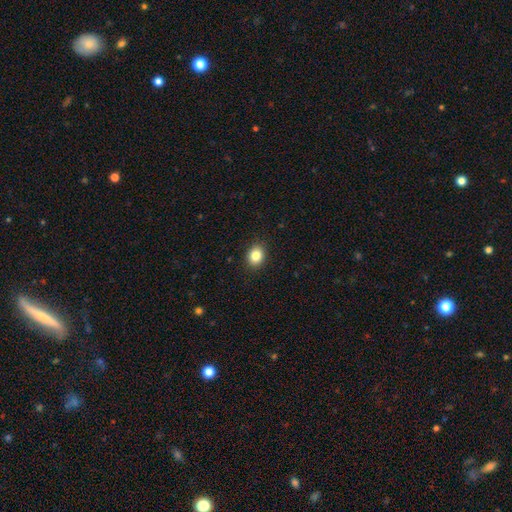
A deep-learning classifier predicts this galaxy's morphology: This is clearly a smooth galaxy (85%). How rounded: possibly round (50%). Merging: clearly none (90%).